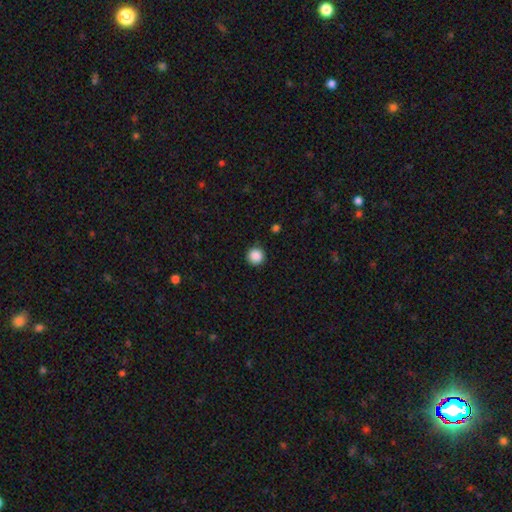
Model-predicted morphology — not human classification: Smooth or featured?
  - smooth: 88% *
  - star or artifact: 9%
  - featured or disk: 3%
How rounded?
  - round: 95% *
  - in between: 4%
  - cigar-shaped: 1%
Merging?
  - none: 90% *
  - minor disturbance: 7%
  - major disturbance: 2%
  - merger: 1%